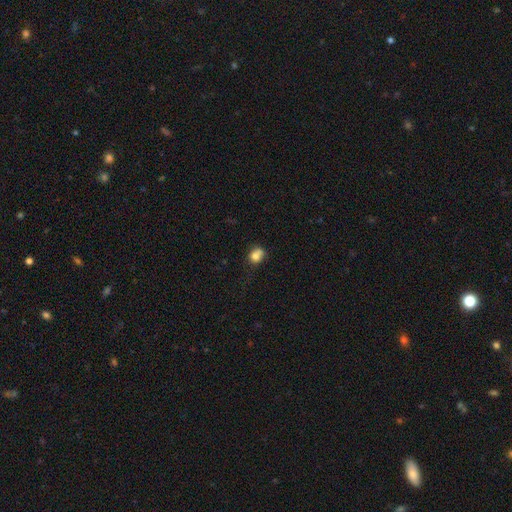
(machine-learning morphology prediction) smooth-or-featured: smooth: 77% | featured or disk: 13% | star or artifact: 11%
  how-rounded: round: 59% | in between: 40% | cigar-shaped: 1%
  merging: none: 39% | minor disturbance: 24% | merger: 24% | major disturbance: 12%